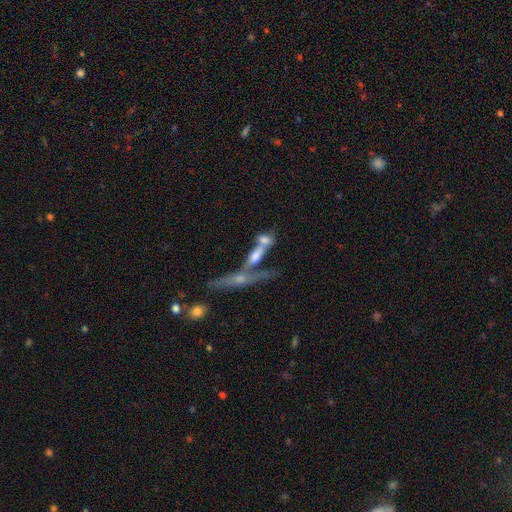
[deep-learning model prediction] This is possibly a featured or disk galaxy (53%). It is possibly viewed edge-on (57%). Merging: possibly merger (55%).